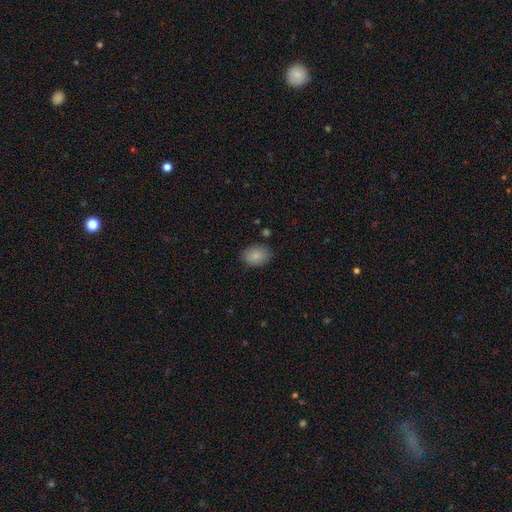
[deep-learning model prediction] smooth 86%, star or artifact 7%, featured or disk 7%. Down the decision tree: how rounded — in between (81%); merging — none (84%).